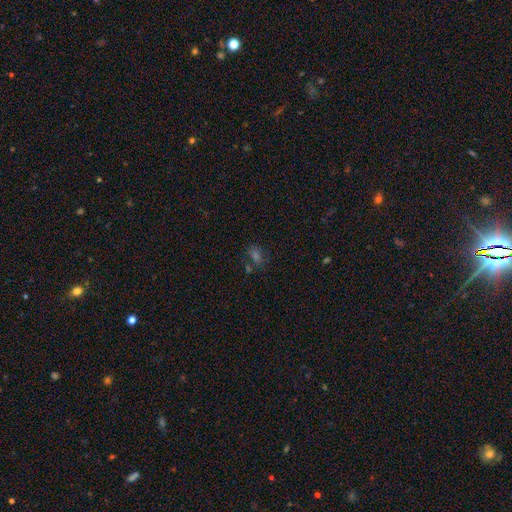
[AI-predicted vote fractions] The model was most divided on "smooth or featured": smooth: 45%, star or artifact: 39%, featured or disk: 17%. More confident: merging — none (66%).